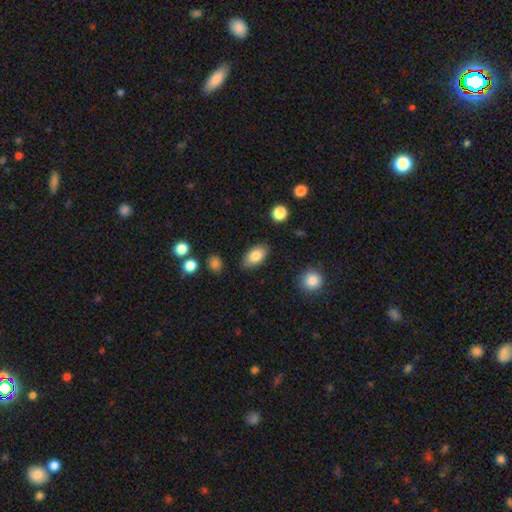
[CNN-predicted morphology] A smooth galaxy with no disk features (83%) that is in between round and cigar-shaped (91%). Merging: none (83%).